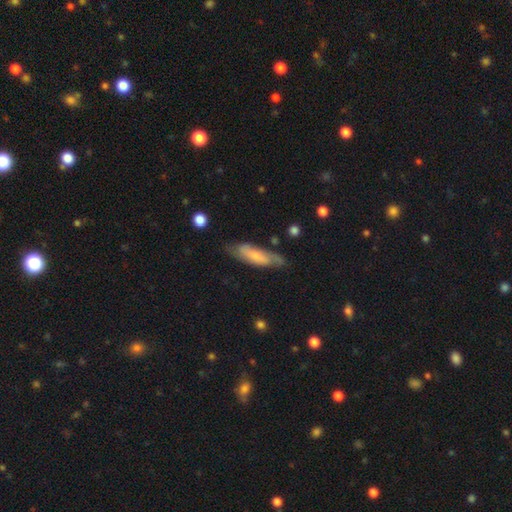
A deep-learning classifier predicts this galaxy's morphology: Smooth or featured? Predicted: smooth (p=0.49). Merging? Predicted: none (p=0.65).